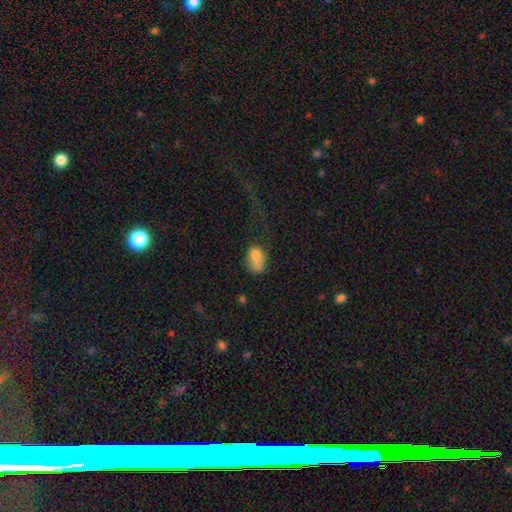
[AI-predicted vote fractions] This is likely a smooth galaxy (74%). How rounded: likely in between (79%). Merging: marginally none (28%).